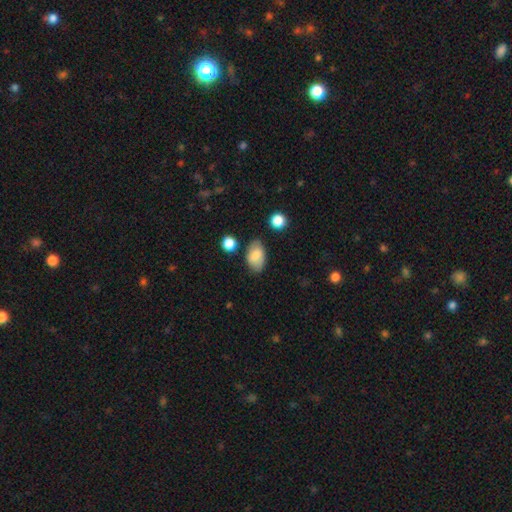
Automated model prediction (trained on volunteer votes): The model was most divided on "merging": none: 75%, minor disturbance: 17%, major disturbance: 4%, merger: 3%. More confident: how rounded — in between (91%); smooth or featured — smooth (77%).